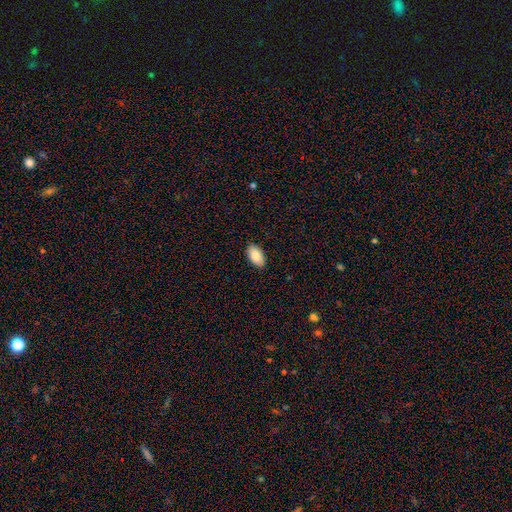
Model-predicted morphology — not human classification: smooth-or-featured: smooth: 86% | featured or disk: 7% | star or artifact: 7%
  how-rounded: in between: 95% | round: 3% | cigar-shaped: 2%
  merging: none: 89% | minor disturbance: 8% | major disturbance: 2% | merger: 1%